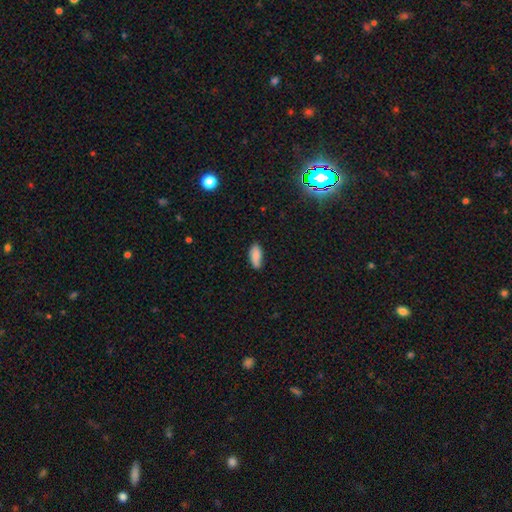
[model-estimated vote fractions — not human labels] This is clearly a smooth galaxy (85%). How rounded: clearly in between (83%). Merging: likely none (77%).